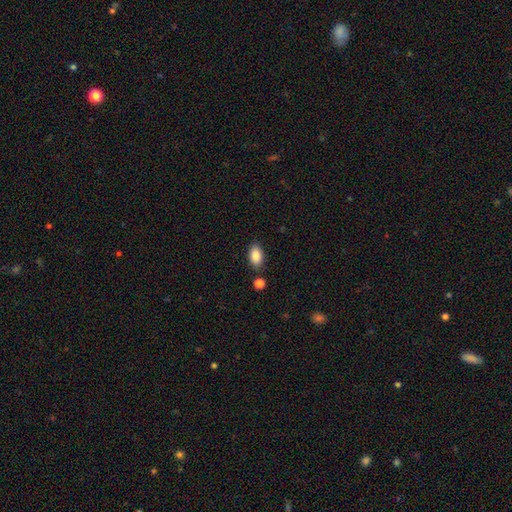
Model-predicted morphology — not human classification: smooth-or-featured: smooth: 87% | star or artifact: 7% | featured or disk: 6%
  how-rounded: in between: 92% | round: 6% | cigar-shaped: 2%
  merging: none: 82% | minor disturbance: 11% | merger: 5% | major disturbance: 2%